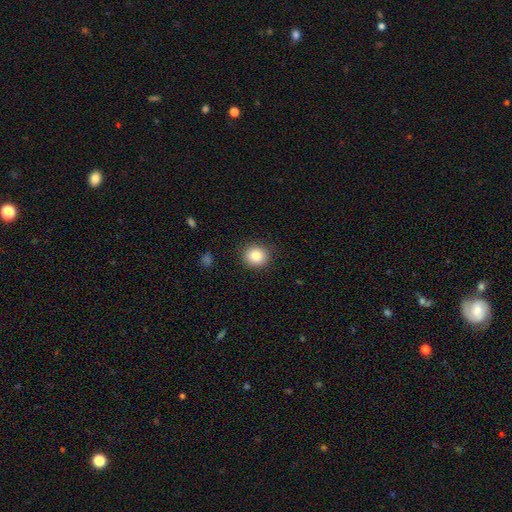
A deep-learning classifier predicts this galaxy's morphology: type=smooth (85%); roundness=round (82%); merging=none (88%).